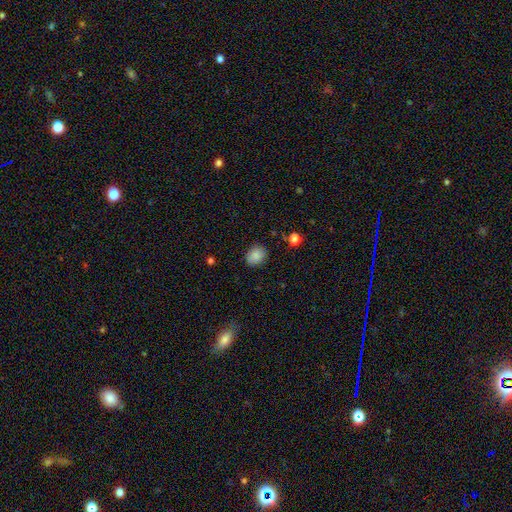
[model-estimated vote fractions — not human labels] smooth_or_featured: smooth (p=0.87) [alt: star or artifact p=0.09]
how_rounded: round (p=0.50) [alt: in between p=0.49]
merging: none (p=0.86) [alt: minor disturbance p=0.11]